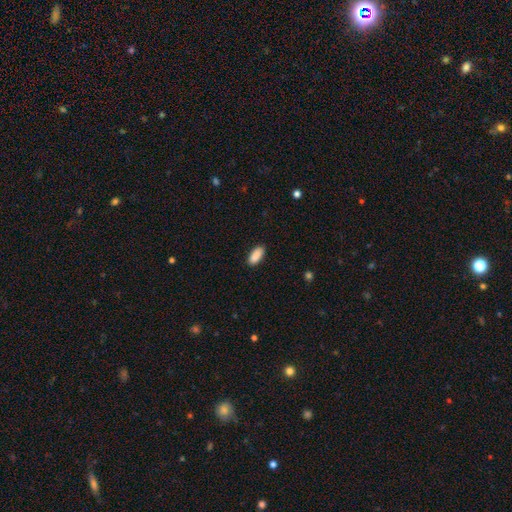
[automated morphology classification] Smooth or featured? smooth (91%)
How rounded? in between (86%)
Merging? none (88%)